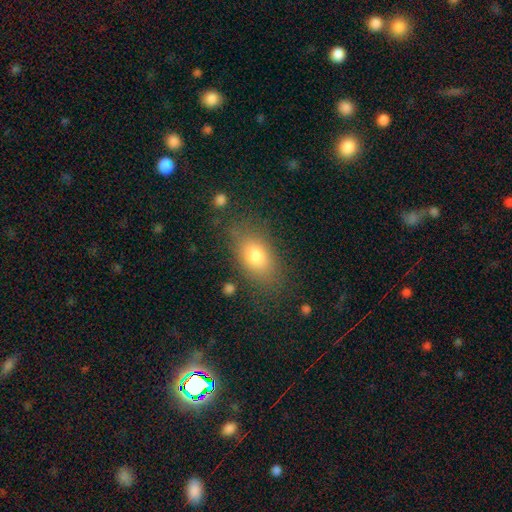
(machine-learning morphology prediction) The model was most divided on "smooth or featured": smooth: 77%, featured or disk: 13%, star or artifact: 10%. More confident: how rounded — in between (85%); merging — none (79%).